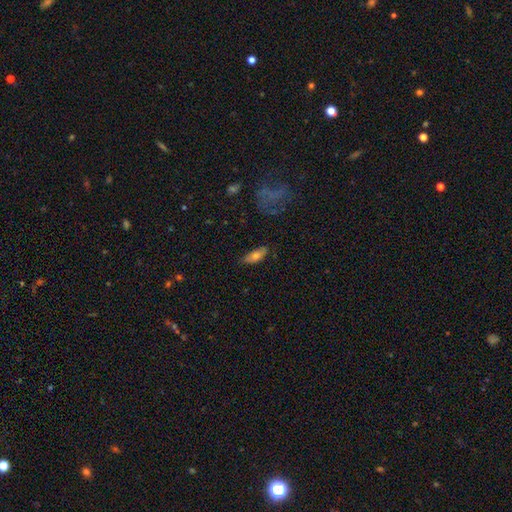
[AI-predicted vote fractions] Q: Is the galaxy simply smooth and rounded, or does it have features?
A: smooth — 70%.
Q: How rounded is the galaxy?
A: in between — 77%.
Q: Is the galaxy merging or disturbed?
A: none — 77%.